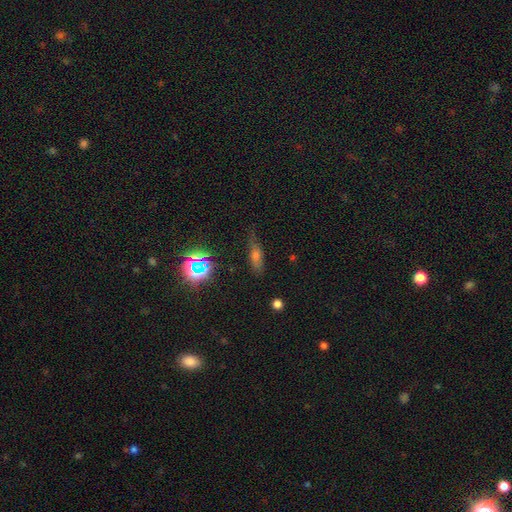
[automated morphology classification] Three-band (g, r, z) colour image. It shows a smooth galaxy with no disk features (54%) that is in between round and cigar-shaped (51%). Merging: none (68%).